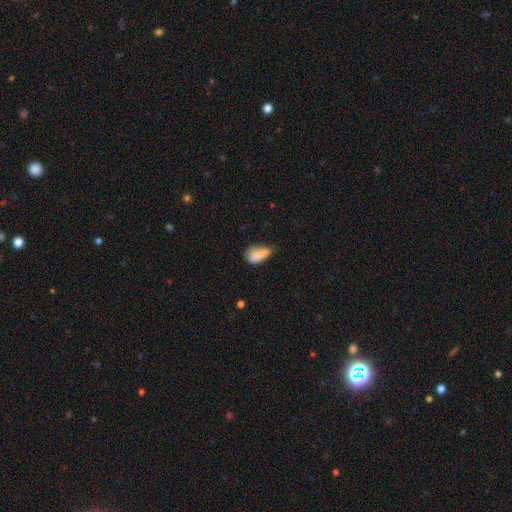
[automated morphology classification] This appears to be a smooth galaxy with no disk features (79%) that is in between round and cigar-shaped (88%). Merging: minor disturbance (38%).